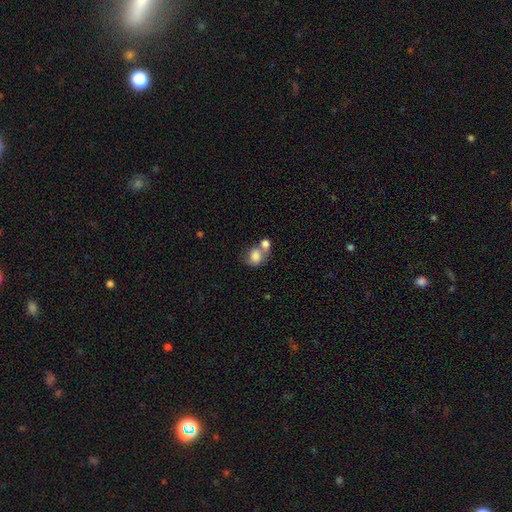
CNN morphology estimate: Smooth or featured? Predicted: smooth (p=0.79). How rounded? Predicted: round (p=0.58). Merging? Predicted: merger (p=0.57).